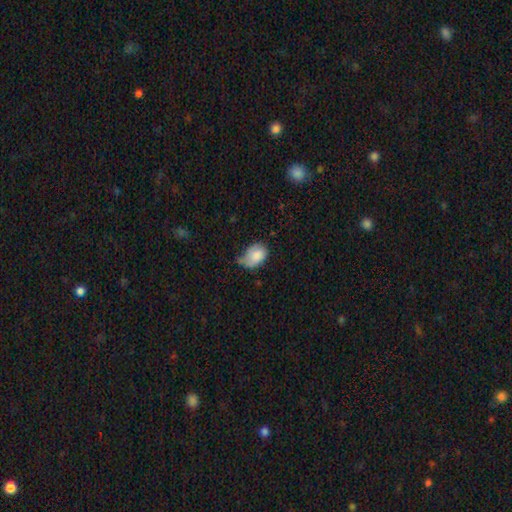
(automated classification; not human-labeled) A smooth galaxy with no disk features (80%) that is in between round and cigar-shaped (72%). Merging: minor disturbance (46%).